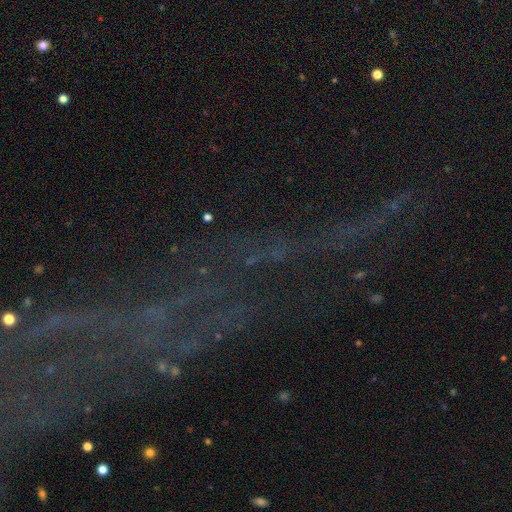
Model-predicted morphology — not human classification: smooth_or_featured: star or artifact (p=0.65) [alt: featured or disk p=0.22]